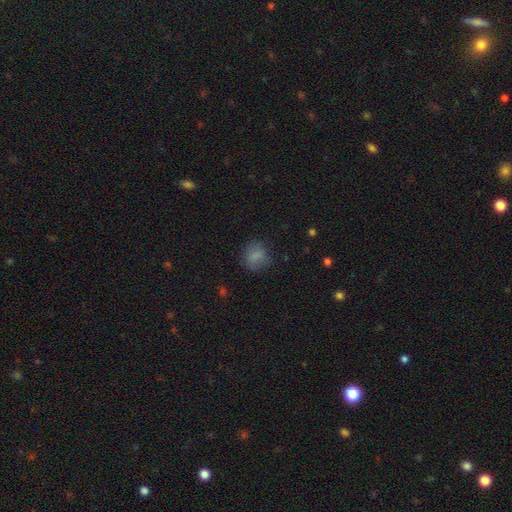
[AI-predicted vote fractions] This appears to be a smooth galaxy with no disk features (78%) that is round (68%). Merging: none (71%).